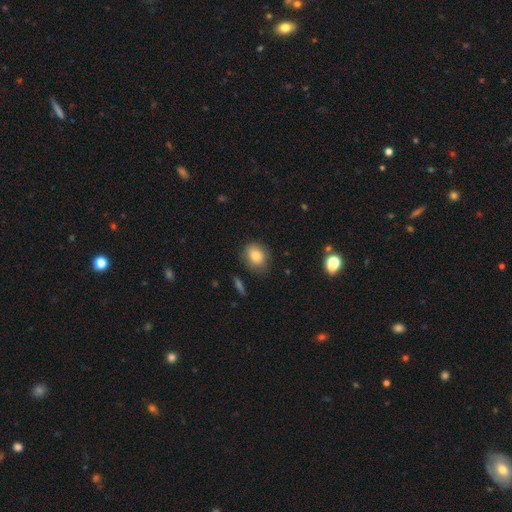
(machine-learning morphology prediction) Overall: smooth (81%). How rounded: round (65%; in between 34%). Merging: none (77%).